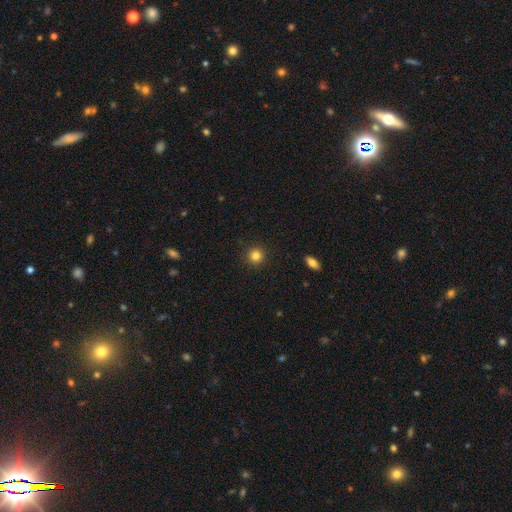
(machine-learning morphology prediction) smooth-or-featured: smooth: 83% | star or artifact: 12% | featured or disk: 5%
  how-rounded: round: 94% | in between: 5% | cigar-shaped: 1%
  merging: none: 92% | minor disturbance: 5% | major disturbance: 2% | merger: 1%